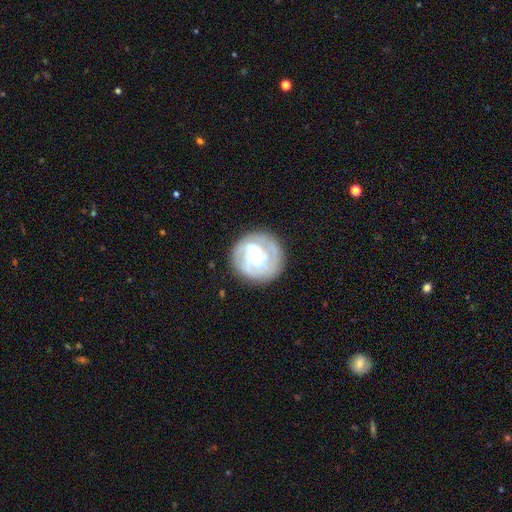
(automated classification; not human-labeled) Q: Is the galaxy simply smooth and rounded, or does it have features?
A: featured or disk — 82%.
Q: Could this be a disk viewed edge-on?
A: no — 98%.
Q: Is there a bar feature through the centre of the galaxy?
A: no — 64%.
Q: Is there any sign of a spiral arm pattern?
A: yes — 94%.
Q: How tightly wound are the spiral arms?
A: tight — 70%.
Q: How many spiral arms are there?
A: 3 — 31%.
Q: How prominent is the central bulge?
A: small — 52%.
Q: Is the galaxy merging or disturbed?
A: none — 83%.